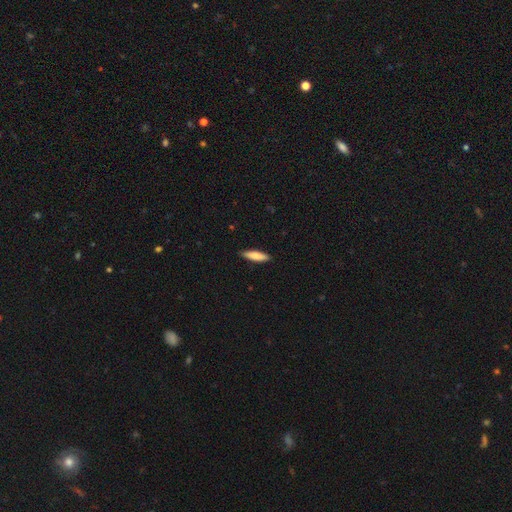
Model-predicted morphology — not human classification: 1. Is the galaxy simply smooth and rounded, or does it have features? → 80% smooth, 15% featured or disk, 5% star or artifact.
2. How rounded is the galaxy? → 68% cigar-shaped, 31% in between, 2% round.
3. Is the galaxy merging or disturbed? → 89% none, 9% minor disturbance, 2% major disturbance, 1% merger.